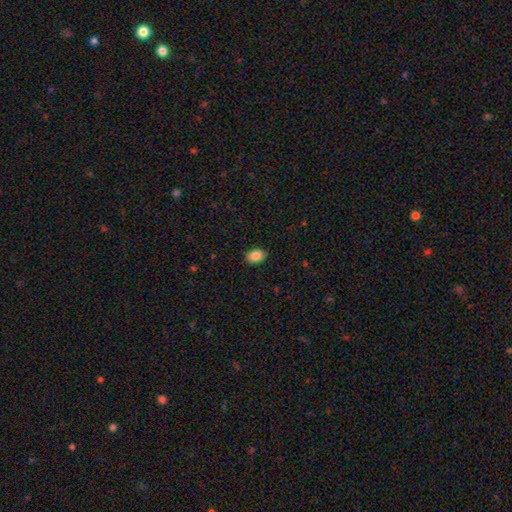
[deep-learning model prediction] Morphology: type=smooth (88%); roundness=in between (78%); merging=none (88%).